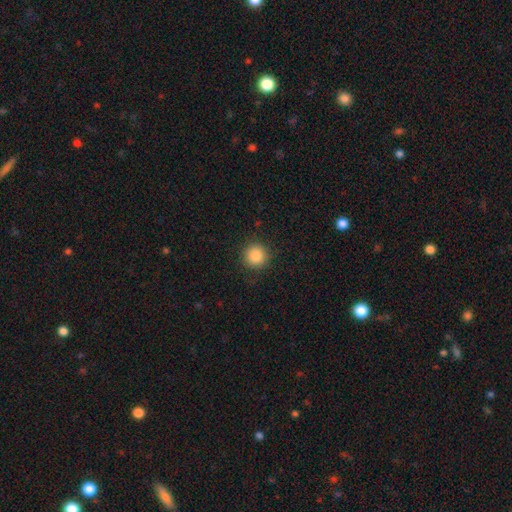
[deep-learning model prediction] This appears to be a smooth galaxy with no disk features (86%) that is round (94%). Merging: none (89%).